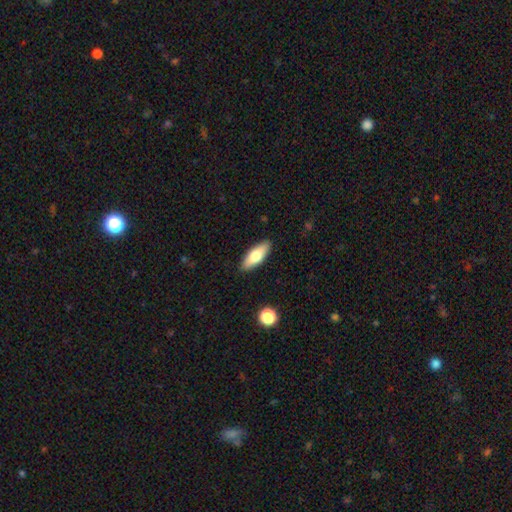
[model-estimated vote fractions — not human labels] This appears to be a smooth galaxy with no disk features (71%) that is in between round and cigar-shaped (72%). Merging: none (89%).